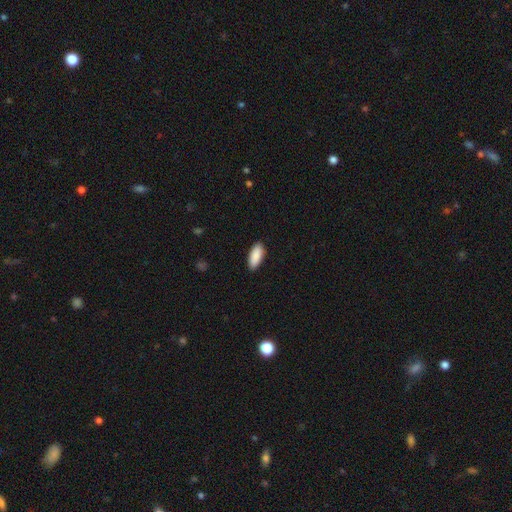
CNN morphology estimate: Smooth or featured? smooth (91%)
How rounded? in between (82%)
Merging? none (89%)